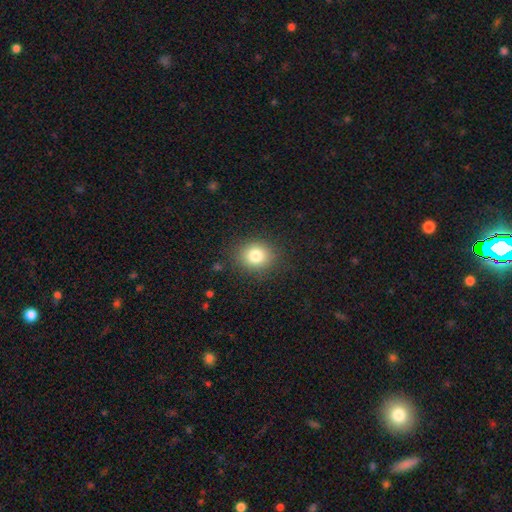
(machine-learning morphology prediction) Overall: smooth (81%). How rounded: round (71%). Merging: none (87%).